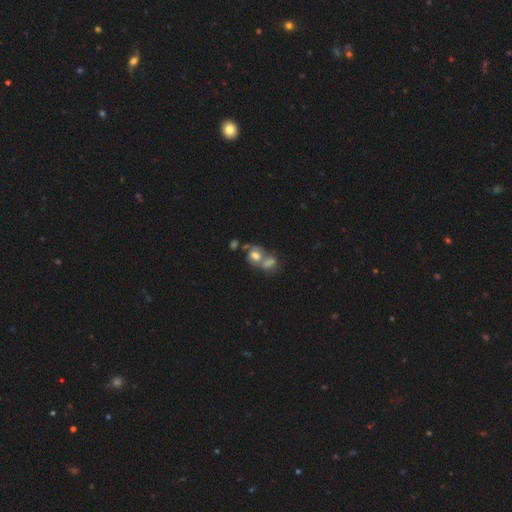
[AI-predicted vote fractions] Morphology: type=smooth (59%); roundness=in between (56%); merging=merger (60%).